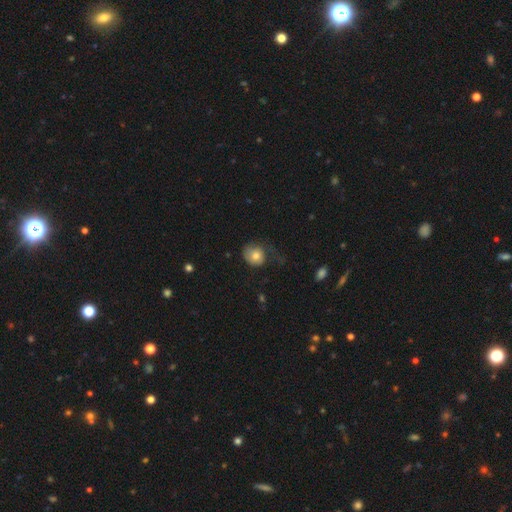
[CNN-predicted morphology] type=smooth (74%); roundness=round (66%); merging=none (40%).